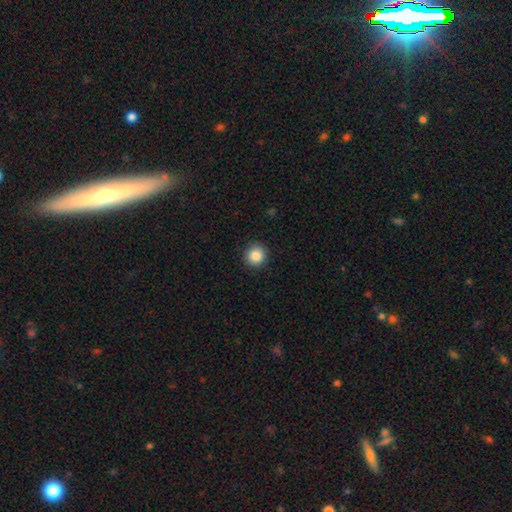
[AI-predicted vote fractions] Morphology: type=smooth (87%); roundness=round (92%); merging=none (91%).